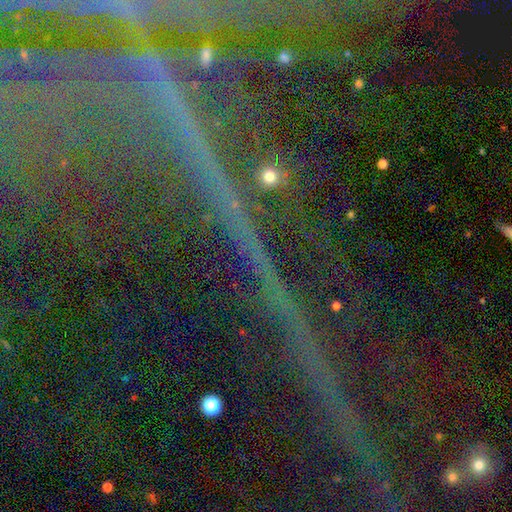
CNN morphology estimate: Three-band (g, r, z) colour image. It shows a star or artifact, not a galaxy (85%).